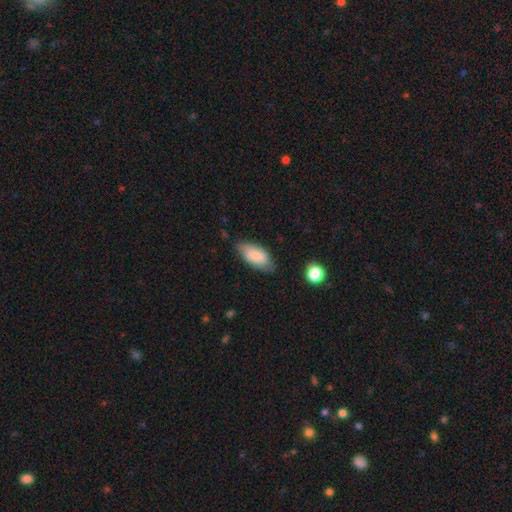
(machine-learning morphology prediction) smooth_or_featured: smooth (p=0.77) [alt: featured or disk p=0.16]
how_rounded: in between (p=0.89) [alt: cigar-shaped p=0.08]
merging: none (p=0.69) [alt: minor disturbance p=0.25]